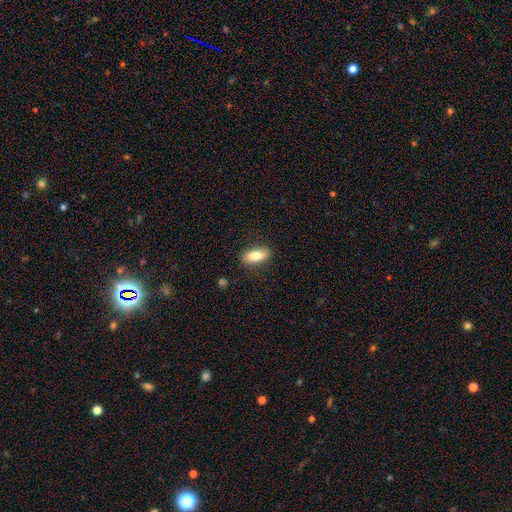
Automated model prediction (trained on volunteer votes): Q: Smooth or featured?
A: smooth (76%); runner-up: featured or disk (17%)
Q: How rounded?
A: in between (82%); runner-up: cigar-shaped (14%)
Q: Merging?
A: none (85%); runner-up: minor disturbance (11%)